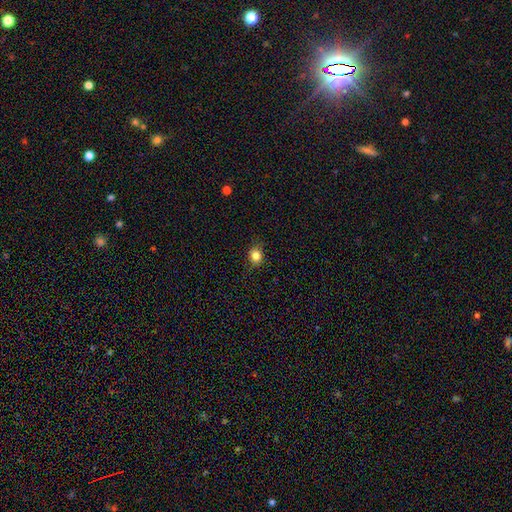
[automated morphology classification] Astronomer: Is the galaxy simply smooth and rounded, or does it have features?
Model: smooth — 81%.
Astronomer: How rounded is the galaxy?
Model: round — 64%.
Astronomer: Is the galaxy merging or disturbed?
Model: none — 82%.